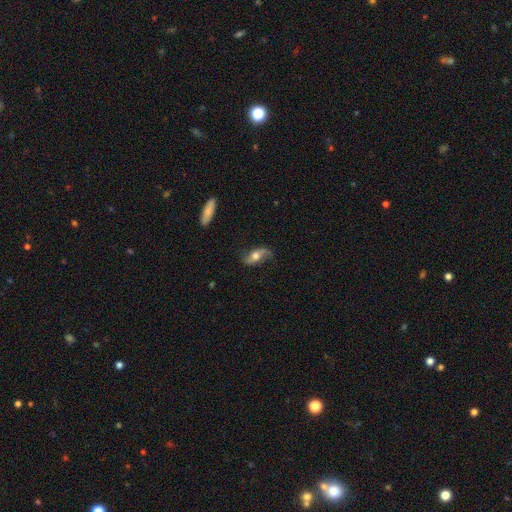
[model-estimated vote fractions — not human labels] Smooth or featured? Predicted: featured or disk (p=0.74). Edge-on disk? Predicted: no (p=0.86). Bar? Predicted: no (p=0.57). Spiral arms? Predicted: yes (p=0.92). Spiral winding? Predicted: loose (p=0.85). Spiral arm count? Predicted: 2 (p=0.92). Bulge size? Predicted: moderate (p=0.64). Merging? Predicted: none (p=0.75).